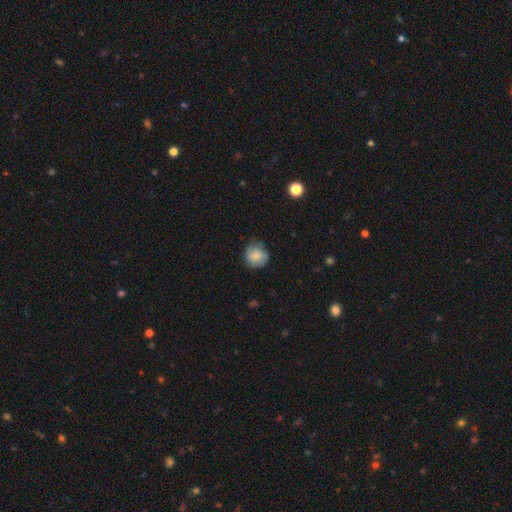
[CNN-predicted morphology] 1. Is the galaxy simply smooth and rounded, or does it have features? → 72% smooth, 20% featured or disk, 8% star or artifact.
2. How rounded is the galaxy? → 85% round, 14% in between, 1% cigar-shaped.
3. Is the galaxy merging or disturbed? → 71% none, 22% minor disturbance, 6% major disturbance, 1% merger.